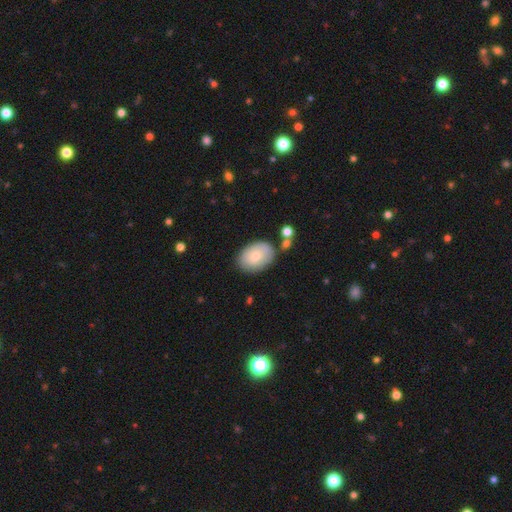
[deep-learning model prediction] Smooth or featured: smooth — 75% (featured or disk — 18%)
How rounded: in between — 82% (round — 17%)
Merging: none — 73% (minor disturbance — 17%)